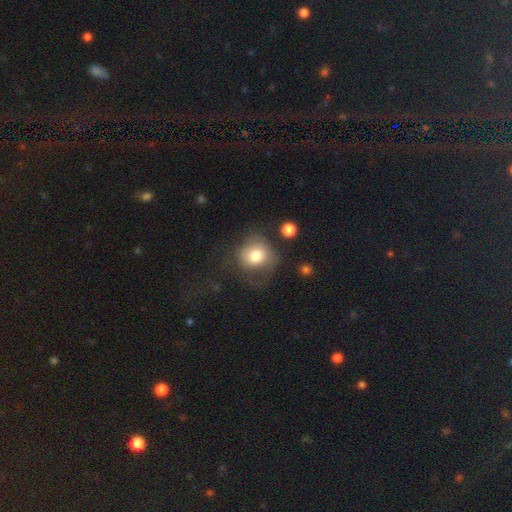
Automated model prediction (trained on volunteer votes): A smooth galaxy with no disk features (75%) that is round (76%).

Vote fractions:
- Smooth or featured? smooth: 75% / featured or disk: 15% / star or artifact: 10%
- How rounded? round: 76% / in between: 23% / cigar-shaped: 1%
- Merging? none: 45% / major disturbance: 26% / minor disturbance: 25% / merger: 5%